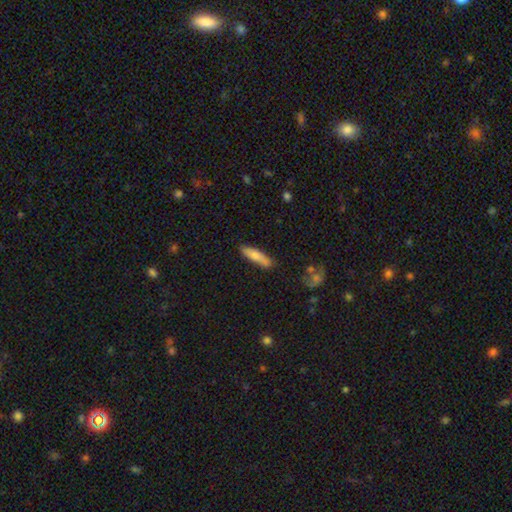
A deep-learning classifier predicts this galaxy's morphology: smooth_or_featured: smooth (p=0.75) [alt: featured or disk p=0.19]
how_rounded: cigar-shaped (p=0.75) [alt: in between p=0.23]
merging: none (p=0.81) [alt: minor disturbance p=0.14]